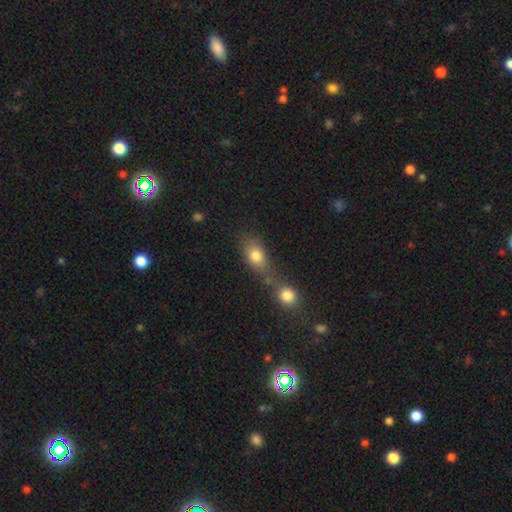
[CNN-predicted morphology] Smooth or featured? Predicted: smooth (p=0.78). How rounded? Predicted: in between (p=0.67). Merging? Predicted: merger (p=0.48).